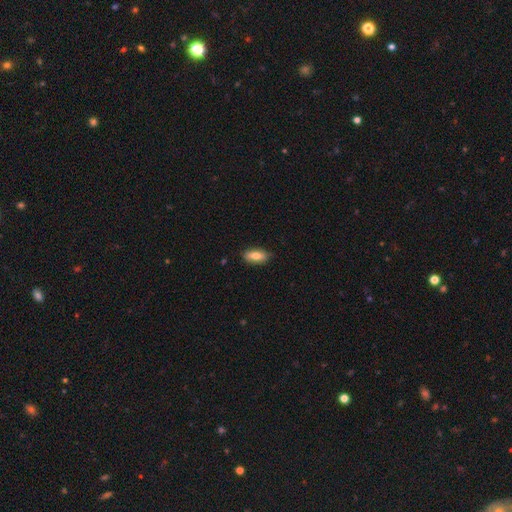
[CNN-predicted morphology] The model was most divided on "smooth or featured": smooth: 77%, featured or disk: 17%, star or artifact: 6%. More confident: merging — none (85%); how rounded — in between (83%).